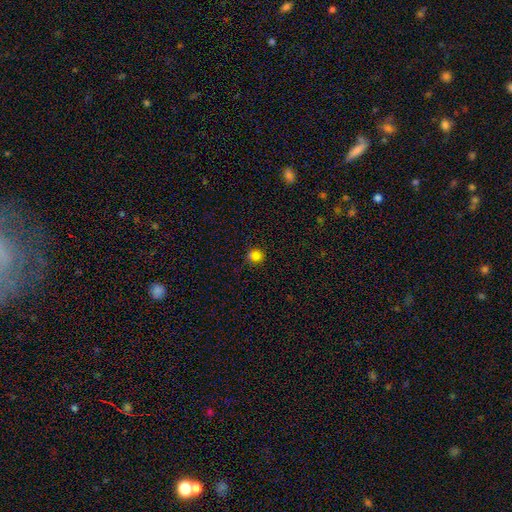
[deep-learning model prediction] Morphology: type=smooth (78%); roundness=round (81%); merging=none (68%).